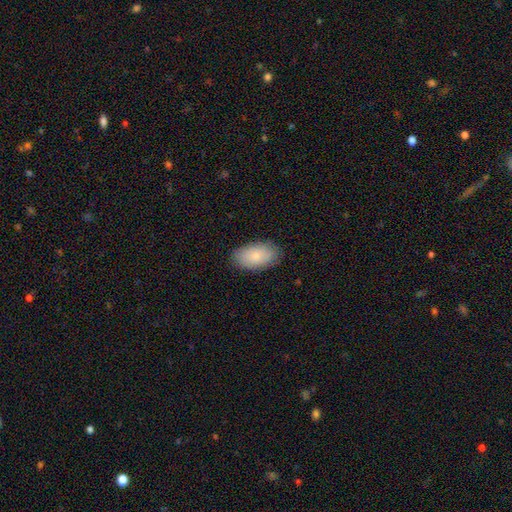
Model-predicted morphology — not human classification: A smooth galaxy with no disk features (81%) that is in between round and cigar-shaped (94%).

Vote fractions:
- Smooth or featured? smooth: 81% / featured or disk: 13% / star or artifact: 6%
- How rounded? in between: 94% / round: 4% / cigar-shaped: 2%
- Merging? none: 85% / minor disturbance: 12% / major disturbance: 3% / merger: 1%